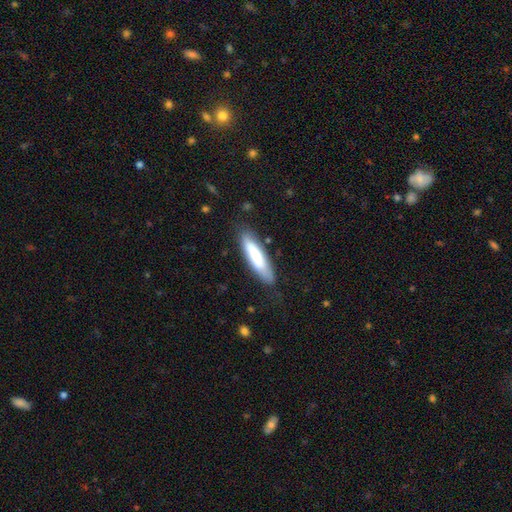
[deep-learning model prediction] This appears to be a smooth galaxy with no disk features (70%) that is cigar-shaped (70%). Merging: none (78%).